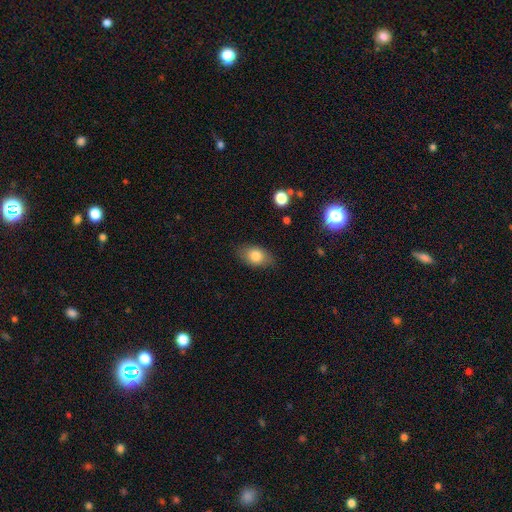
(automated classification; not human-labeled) The model was most divided on "merging": none: 79%, minor disturbance: 16%, major disturbance: 4%, merger: 1%. More confident: how rounded — in between (84%); smooth or featured — smooth (80%).